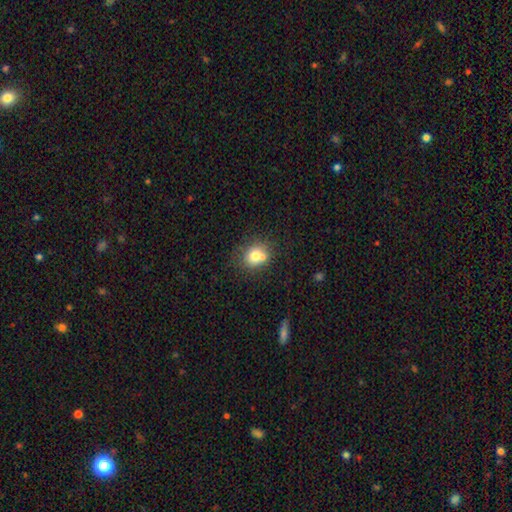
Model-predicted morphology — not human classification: Q: Smooth or featured?
A: smooth (75%); runner-up: featured or disk (14%)
Q: How rounded?
A: round (70%); runner-up: in between (29%)
Q: Merging?
A: none (56%); runner-up: merger (24%)